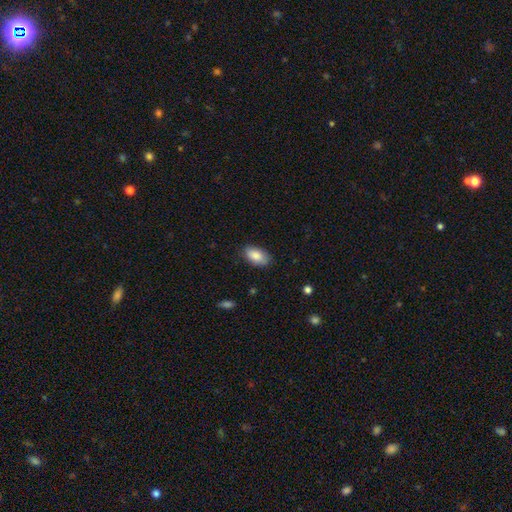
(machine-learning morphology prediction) smooth-or-featured: smooth: 86% | featured or disk: 7% | star or artifact: 6%
  how-rounded: in between: 94% | round: 4% | cigar-shaped: 2%
  merging: none: 83% | minor disturbance: 13% | major disturbance: 3% | merger: 1%